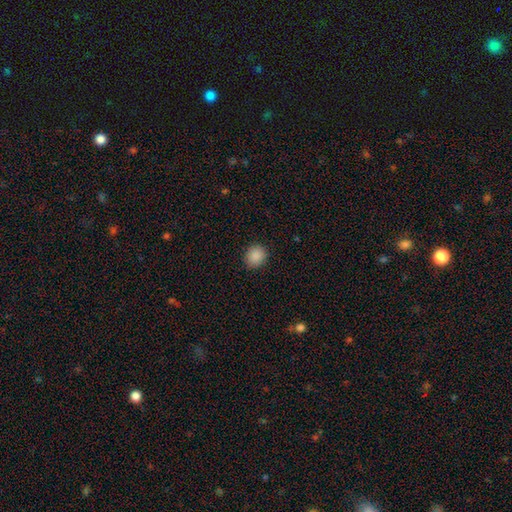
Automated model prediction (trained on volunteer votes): Smooth or featured?
  - smooth: 89% *
  - star or artifact: 8%
  - featured or disk: 3%
How rounded?
  - round: 81% *
  - in between: 18%
  - cigar-shaped: 1%
Merging?
  - none: 90% *
  - minor disturbance: 7%
  - major disturbance: 2%
  - merger: 1%